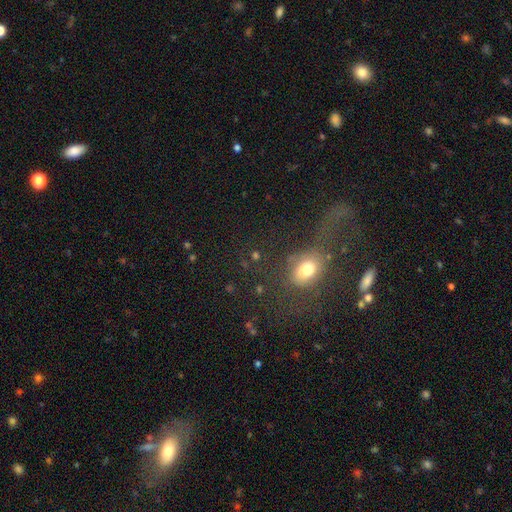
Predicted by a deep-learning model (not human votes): smooth_or_featured: smooth (p=0.56) [alt: star or artifact p=0.27]
how_rounded: round (p=0.53) [alt: in between p=0.42]
merging: none (p=0.54) [alt: major disturbance p=0.18]